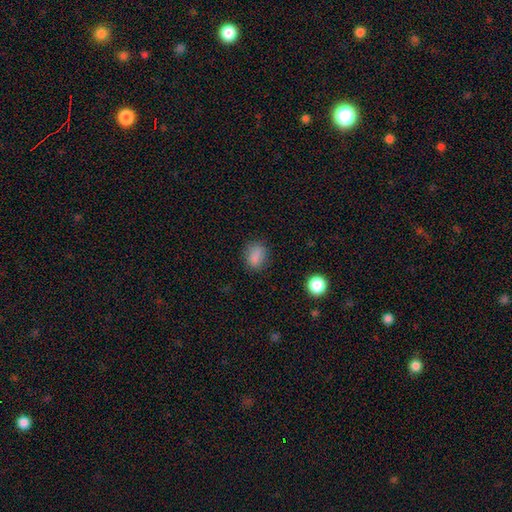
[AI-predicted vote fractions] Morphology: type=smooth (84%); roundness=in between (67%); merging=none (79%).